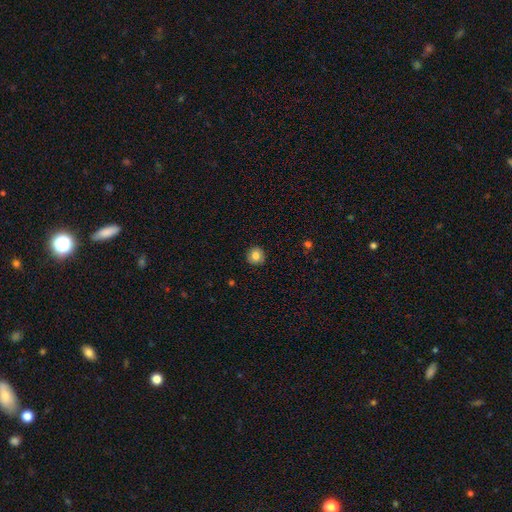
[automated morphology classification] Smooth or featured?
  - smooth: 81% *
  - star or artifact: 10%
  - featured or disk: 10%
How rounded?
  - round: 92% *
  - in between: 7%
  - cigar-shaped: 1%
Merging?
  - none: 90% *
  - minor disturbance: 7%
  - major disturbance: 2%
  - merger: 1%